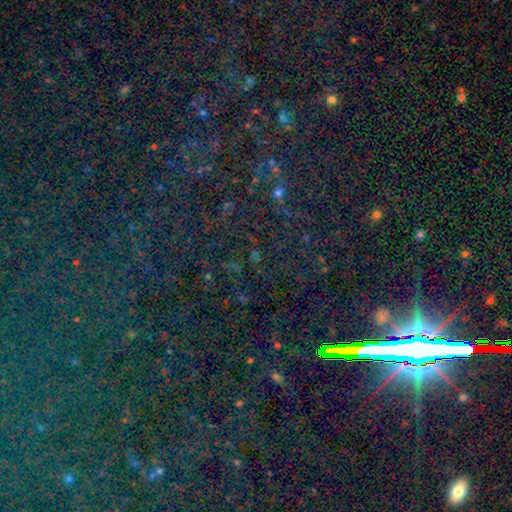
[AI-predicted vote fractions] This appears to be a star or artifact, not a galaxy (72%).